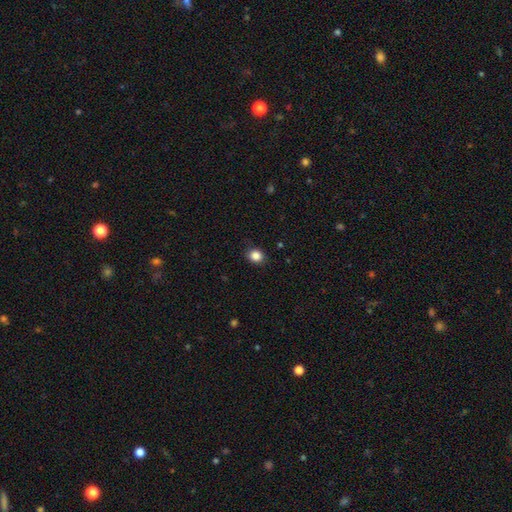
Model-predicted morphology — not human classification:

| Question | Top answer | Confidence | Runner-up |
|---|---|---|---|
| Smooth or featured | smooth | 86% | star or artifact (10%) |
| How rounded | round | 65% | in between (34%) |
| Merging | none | 87% | minor disturbance (10%) |